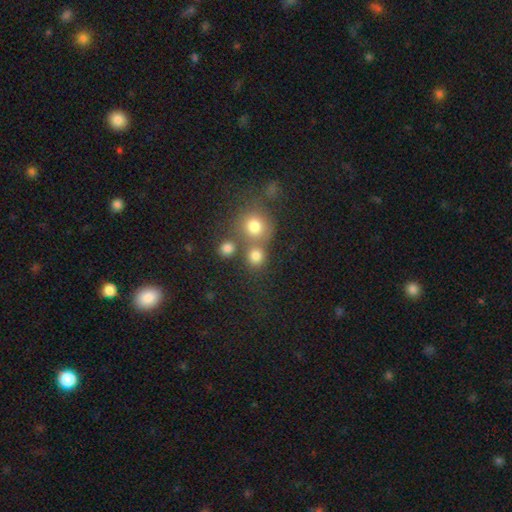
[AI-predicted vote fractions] This appears to be a smooth galaxy with no disk features (79%) that is round (86%). Merging: none (59%).